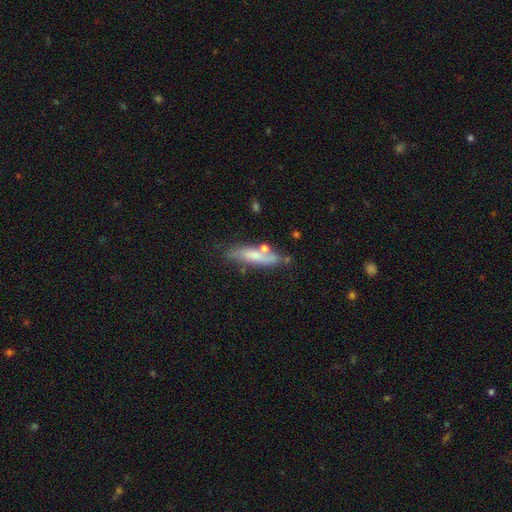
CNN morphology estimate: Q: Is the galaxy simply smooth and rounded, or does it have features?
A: smooth — 58%.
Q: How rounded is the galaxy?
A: cigar-shaped — 65%.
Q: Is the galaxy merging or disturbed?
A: none — 57%.